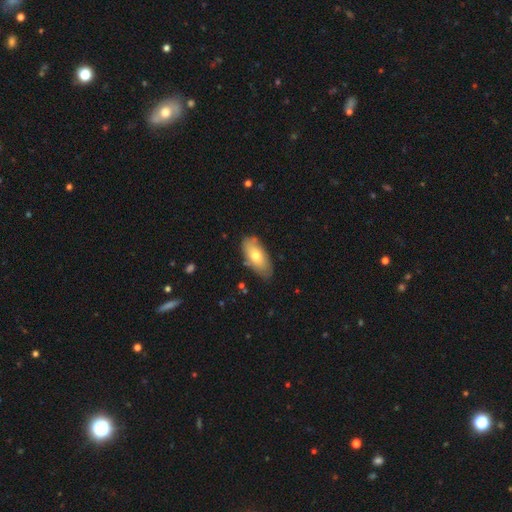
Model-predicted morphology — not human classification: Q: Smooth or featured?
A: smooth (65%); runner-up: featured or disk (28%)
Q: How rounded?
A: in between (90%); runner-up: cigar-shaped (7%)
Q: Merging?
A: none (76%); runner-up: minor disturbance (19%)